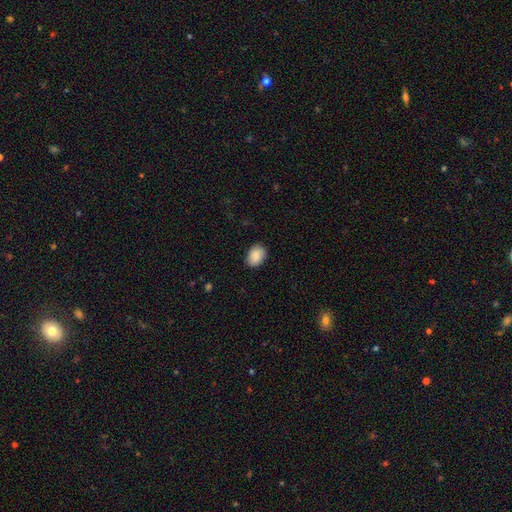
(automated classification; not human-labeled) Smooth or featured: smooth — 87% (star or artifact — 7%)
How rounded: in between — 77% (round — 22%)
Merging: none — 87% (minor disturbance — 10%)